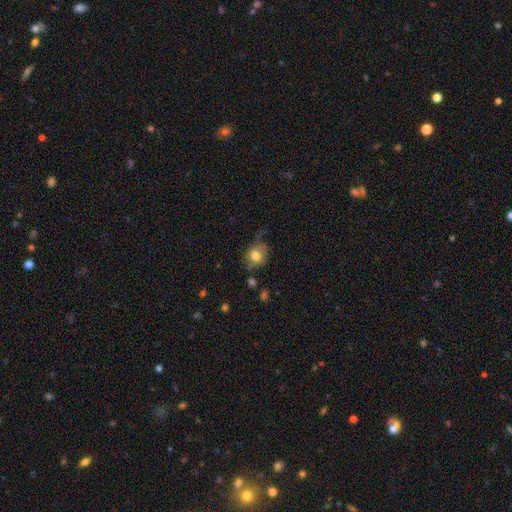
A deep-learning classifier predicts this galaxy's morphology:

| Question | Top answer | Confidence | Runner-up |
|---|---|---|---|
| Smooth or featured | smooth | 74% | featured or disk (17%) |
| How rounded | round | 61% | in between (38%) |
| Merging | none | 54% | minor disturbance (30%) |